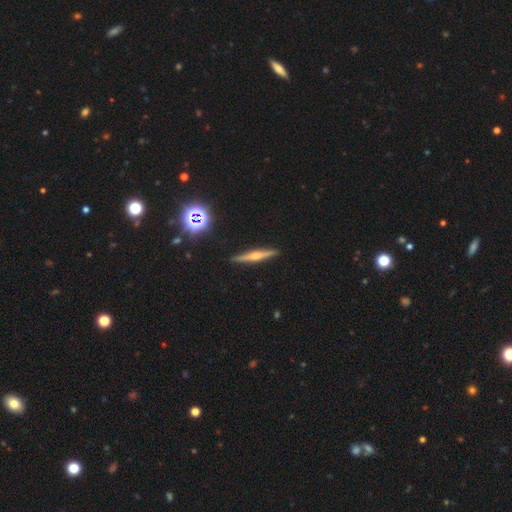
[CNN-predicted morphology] Q: Smooth or featured?
A: featured or disk (65%); runner-up: smooth (26%)
Q: Edge-on disk?
A: yes (98%); runner-up: no (2%)
Q: Edge-on bulge?
A: rounded (84%); runner-up: none (9%)
Q: Merging?
A: none (91%); runner-up: minor disturbance (6%)